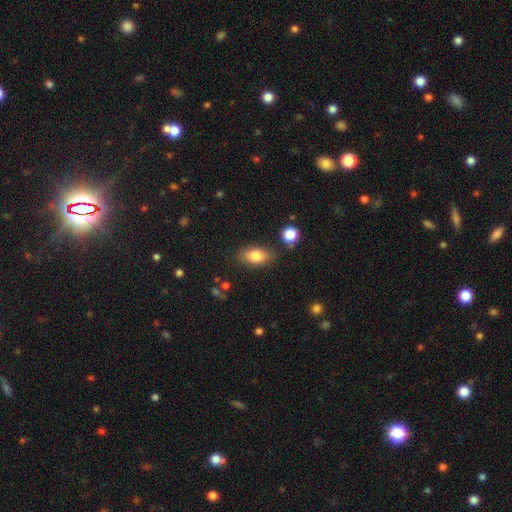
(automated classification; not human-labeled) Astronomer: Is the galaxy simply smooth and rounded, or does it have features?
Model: smooth — 81%.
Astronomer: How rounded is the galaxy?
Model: in between — 88%.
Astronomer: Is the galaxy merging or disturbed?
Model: none — 81%.